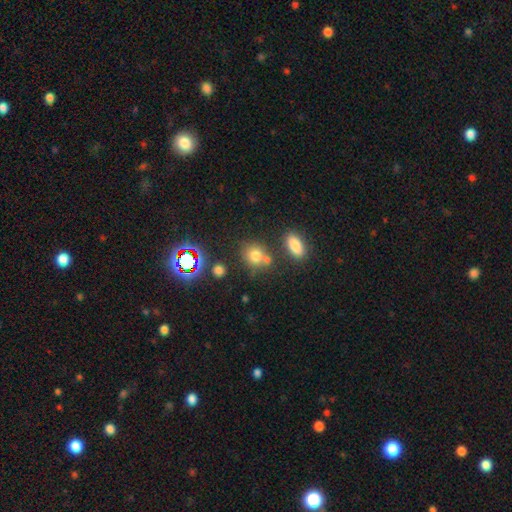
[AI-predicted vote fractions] A smooth galaxy with no disk features (70%) that is round (67%). Merging: none (56%).